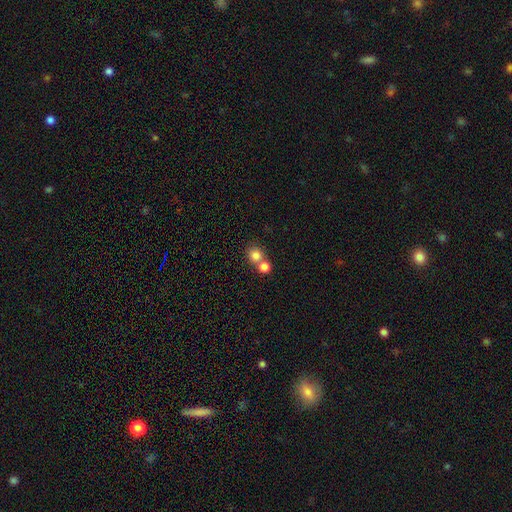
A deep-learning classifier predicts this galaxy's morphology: Smooth or featured? Predicted: smooth (p=0.80). How rounded? Predicted: round (p=0.85). Merging? Predicted: none (p=0.46).